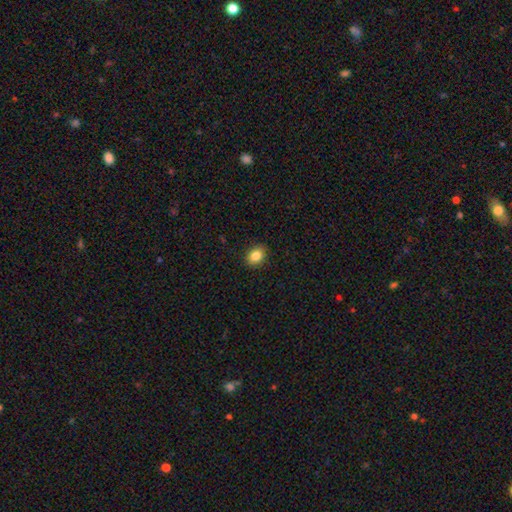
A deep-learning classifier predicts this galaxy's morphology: type=smooth (86%); roundness=in between (59%); merging=none (90%).